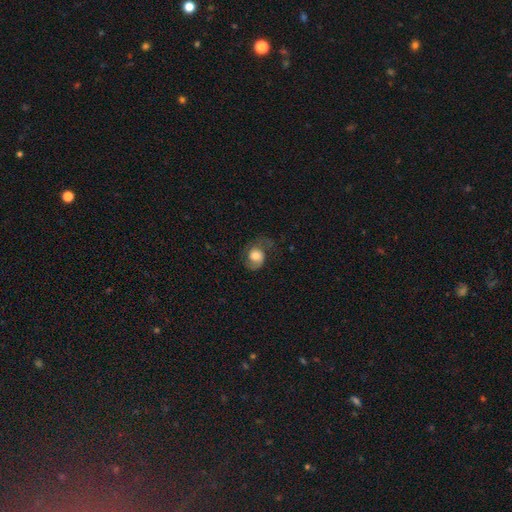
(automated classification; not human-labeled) Q: Smooth or featured?
A: smooth (52%); runner-up: featured or disk (40%)
Q: How rounded?
A: round (58%); runner-up: in between (41%)
Q: Merging?
A: none (43%); runner-up: major disturbance (30%)